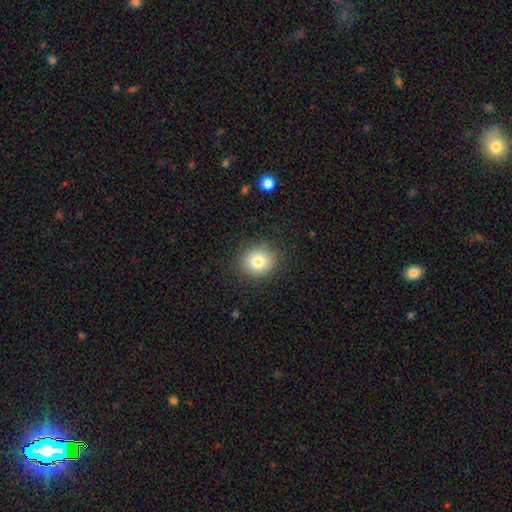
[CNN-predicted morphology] Smooth or featured: smooth — 81% (star or artifact — 11%)
How rounded: round — 80% (in between — 19%)
Merging: none — 89% (minor disturbance — 7%)